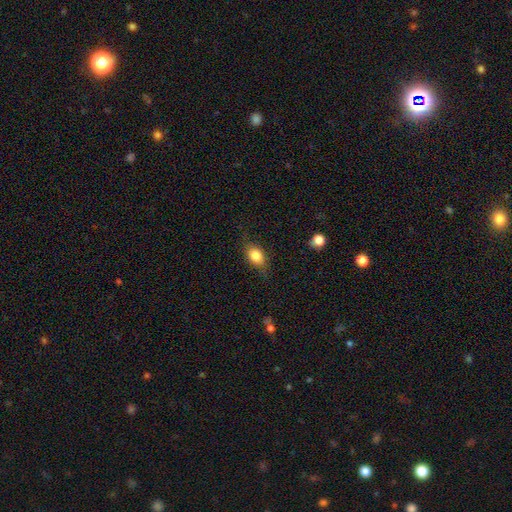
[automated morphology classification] smooth_or_featured: smooth (p=0.81) [alt: featured or disk p=0.10]
how_rounded: in between (p=0.76) [alt: round p=0.21]
merging: none (p=0.76) [alt: minor disturbance p=0.18]